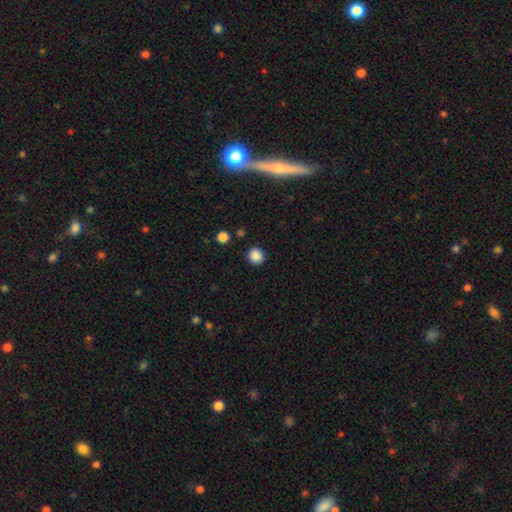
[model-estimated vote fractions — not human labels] This appears to be a smooth galaxy with no disk features (87%) that is round (85%). Merging: none (88%).